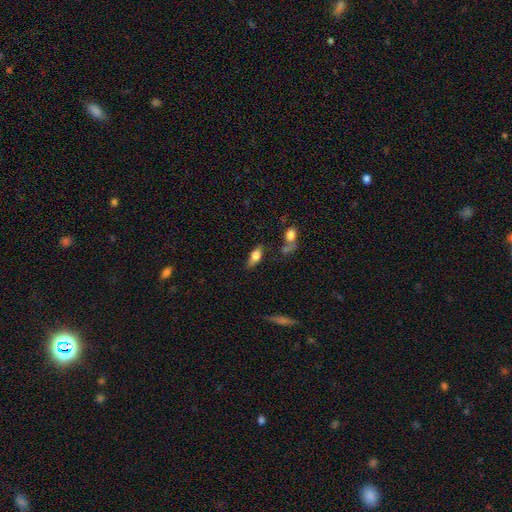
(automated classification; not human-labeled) This is likely a smooth galaxy (68%). How rounded: likely in between (77%). Merging: likely none (66%).